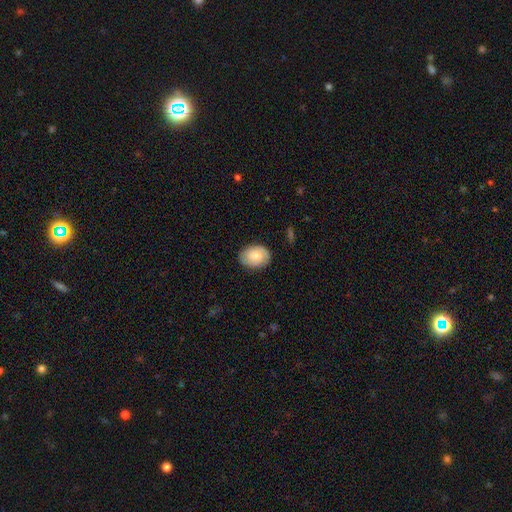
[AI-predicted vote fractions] This is possibly a smooth galaxy (52%). How rounded: likely in between (64%). Merging: clearly none (82%).